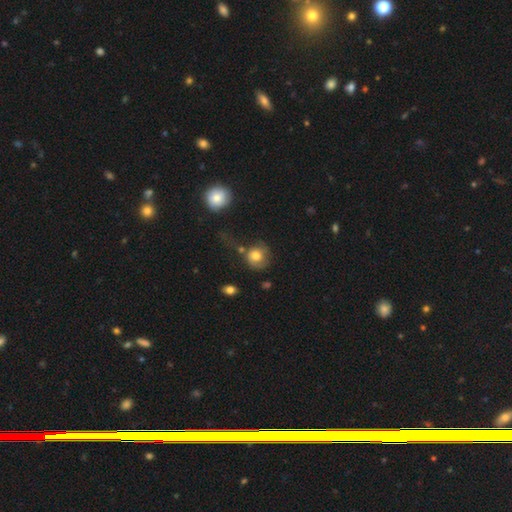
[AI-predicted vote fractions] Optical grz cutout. It shows a smooth galaxy with no disk features (68%) that is round (82%). Merging: none (47%).